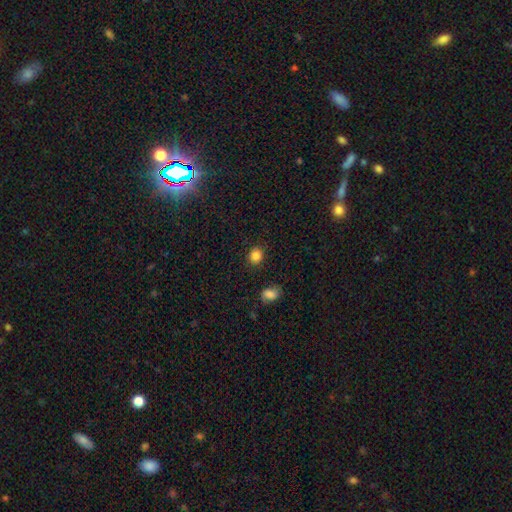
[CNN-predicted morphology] Smooth or featured? smooth (84%)
How rounded? round (75%)
Merging? none (88%)